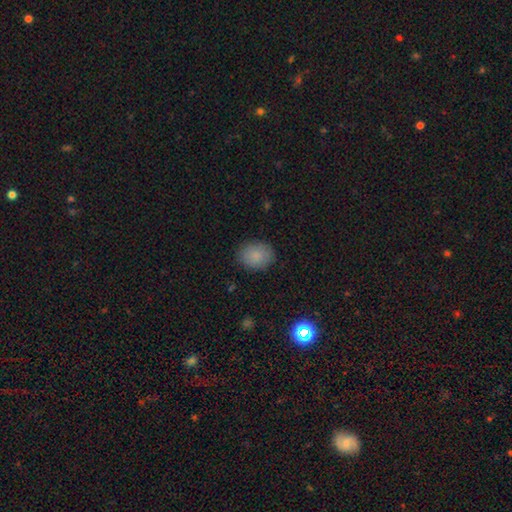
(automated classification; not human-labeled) Overall: smooth (86%). How rounded: in between (55%; round 44%). Merging: none (86%).